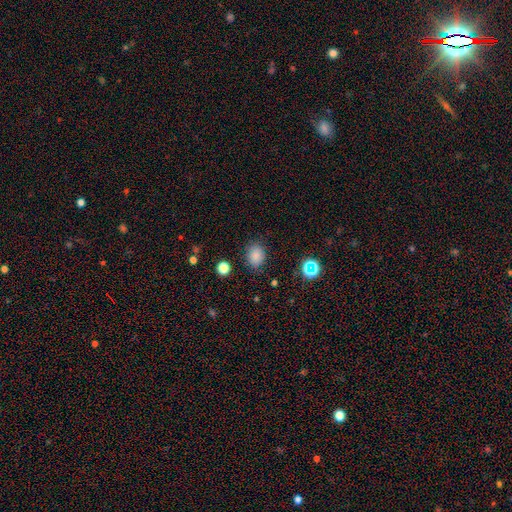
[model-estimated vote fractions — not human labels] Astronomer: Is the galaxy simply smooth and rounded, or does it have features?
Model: smooth — 82%.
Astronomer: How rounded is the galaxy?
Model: in between — 52% (runner-up: round, 47%).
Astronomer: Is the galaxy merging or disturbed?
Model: none — 82%.